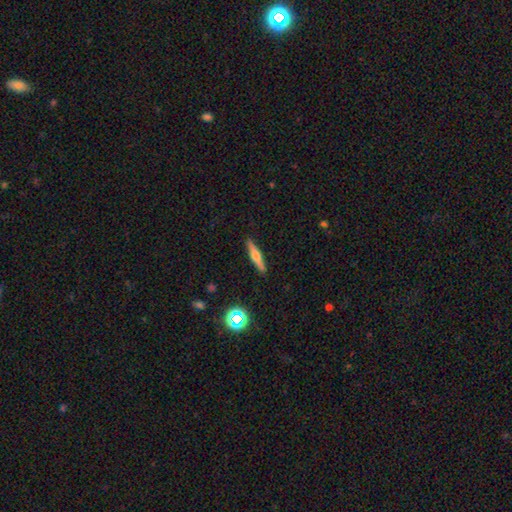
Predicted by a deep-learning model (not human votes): featured or disk 51%, smooth 41%, star or artifact 8%. Down the decision tree: edge-on disk — yes (96%); merging — none (90%).